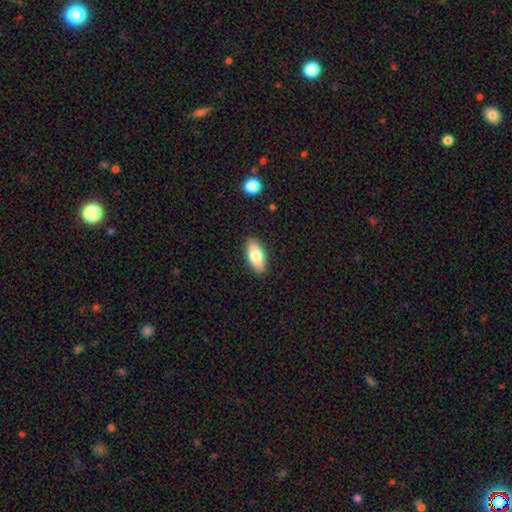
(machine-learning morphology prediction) smooth-or-featured: smooth: 72% | featured or disk: 21% | star or artifact: 7%
  how-rounded: in between: 83% | cigar-shaped: 14% | round: 3%
  merging: none: 88% | minor disturbance: 9% | major disturbance: 2% | merger: 1%